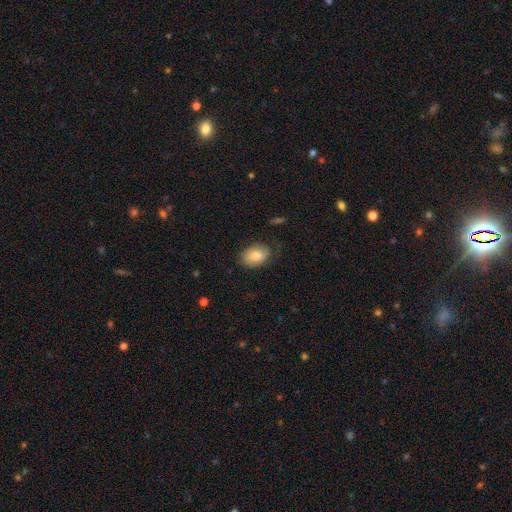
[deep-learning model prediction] Smooth or featured? Predicted: smooth (p=0.78). How rounded? Predicted: in between (p=0.82). Merging? Predicted: none (p=0.66).